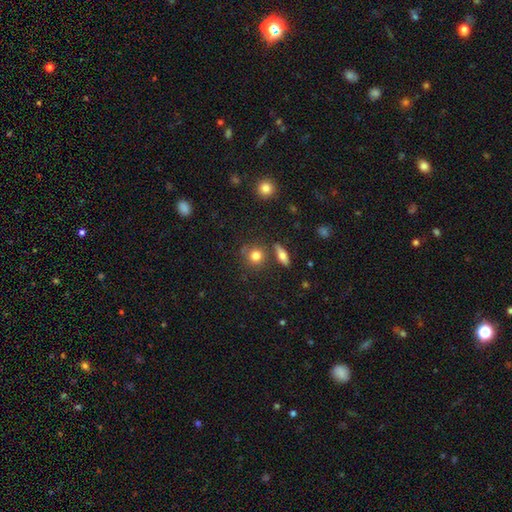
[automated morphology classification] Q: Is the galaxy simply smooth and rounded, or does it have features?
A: smooth — 78%.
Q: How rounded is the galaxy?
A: round — 86%.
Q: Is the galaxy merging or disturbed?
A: none — 75%.